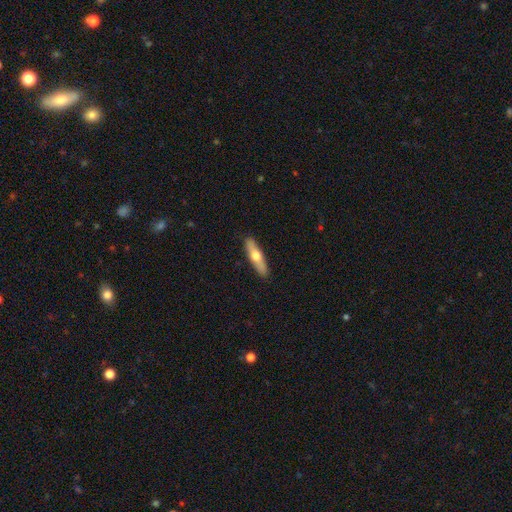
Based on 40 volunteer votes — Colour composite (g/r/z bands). It shows a smooth galaxy with no disk features (52%) that is cigar-shaped (71%). Merging: none (80%).